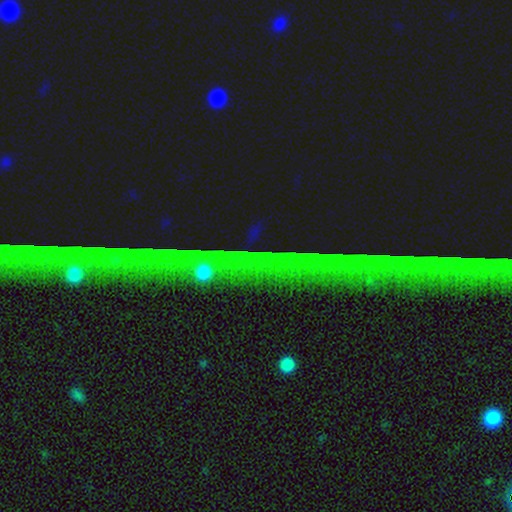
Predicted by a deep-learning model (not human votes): star or artifact 82%, featured or disk 10%, smooth 8%.